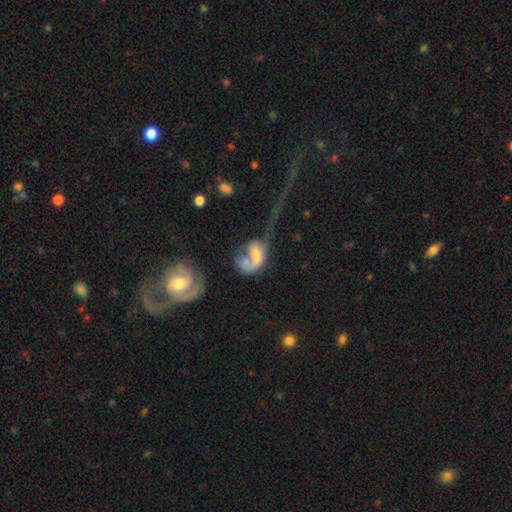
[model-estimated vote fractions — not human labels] The model was most divided on "smooth or featured": featured or disk: 46%, smooth: 44%, star or artifact: 10%. Remaining: merging — merger (46%).